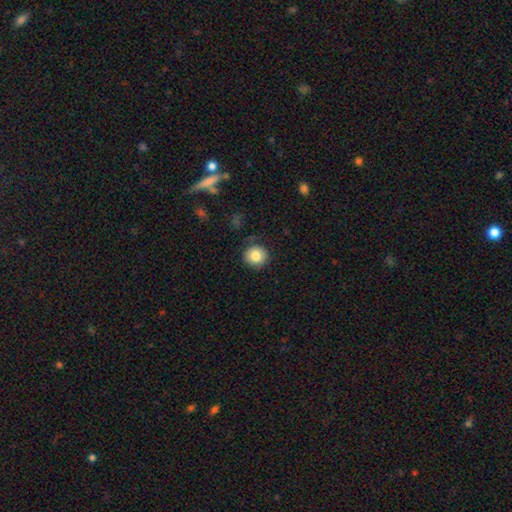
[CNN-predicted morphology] Q: Smooth or featured?
A: smooth (83%); runner-up: star or artifact (9%)
Q: How rounded?
A: round (91%); runner-up: in between (8%)
Q: Merging?
A: none (86%); runner-up: minor disturbance (10%)